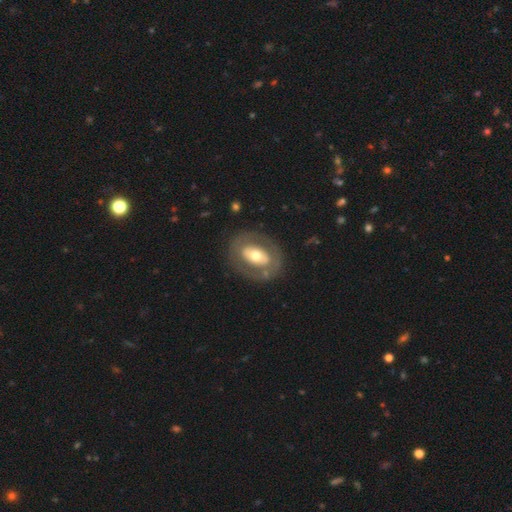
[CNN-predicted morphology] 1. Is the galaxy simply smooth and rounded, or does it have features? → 53% featured or disk, 41% smooth, 6% star or artifact.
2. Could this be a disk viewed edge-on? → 92% no, 8% yes.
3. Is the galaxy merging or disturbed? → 78% none, 12% minor disturbance, 7% major disturbance, 2% merger.